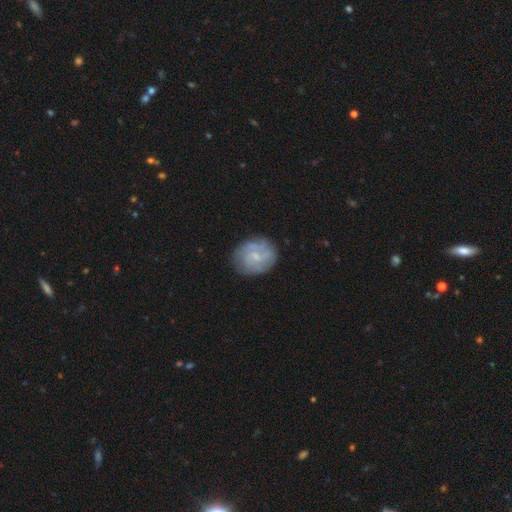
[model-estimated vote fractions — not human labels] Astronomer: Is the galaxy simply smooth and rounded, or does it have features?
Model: featured or disk — 60%.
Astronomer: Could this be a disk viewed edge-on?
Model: no — 98%.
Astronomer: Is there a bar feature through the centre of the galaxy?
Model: no — 51% (runner-up: weak, 43%).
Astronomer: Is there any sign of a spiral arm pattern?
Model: yes — 78%.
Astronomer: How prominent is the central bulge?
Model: small — 58%.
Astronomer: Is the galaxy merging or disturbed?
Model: none — 74%.